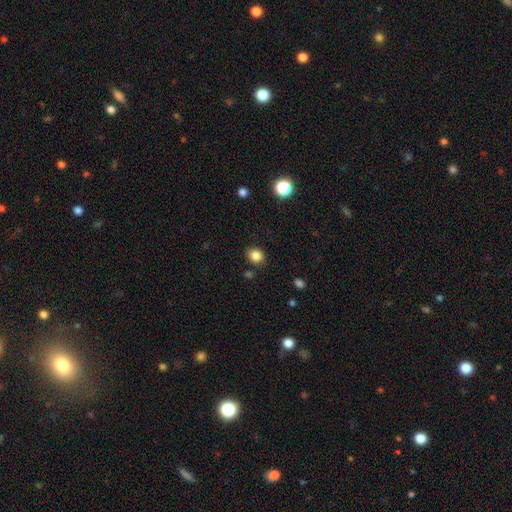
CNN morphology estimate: A smooth galaxy with no disk features (84%) that is round (64%). Merging: none (84%).